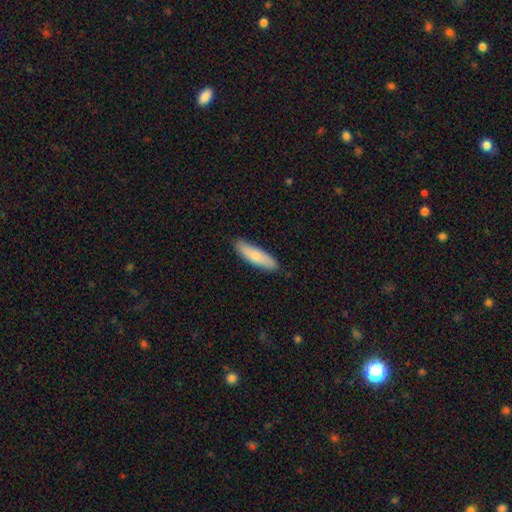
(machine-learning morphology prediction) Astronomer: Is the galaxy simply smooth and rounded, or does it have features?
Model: smooth — 76%.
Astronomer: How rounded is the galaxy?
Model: cigar-shaped — 63%.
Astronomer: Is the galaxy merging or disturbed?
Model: none — 86%.